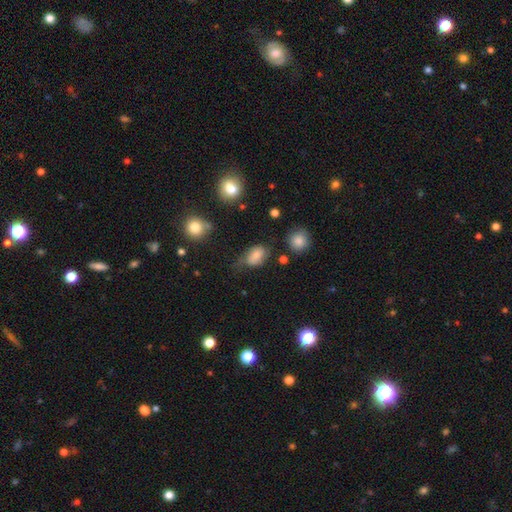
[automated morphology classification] The model was most divided on "merging": none: 39%, minor disturbance: 36%, major disturbance: 21%, merger: 4%. More confident: how rounded — in between (80%); smooth or featured — smooth (71%).